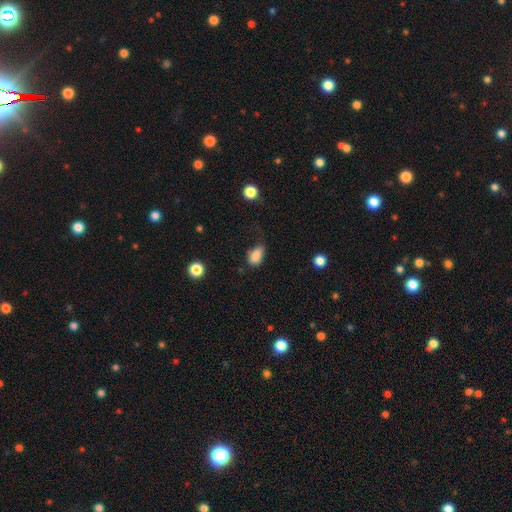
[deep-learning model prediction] Q: Smooth or featured?
A: smooth (85%); runner-up: star or artifact (9%)
Q: How rounded?
A: in between (87%); runner-up: round (11%)
Q: Merging?
A: none (49%); runner-up: minor disturbance (35%)